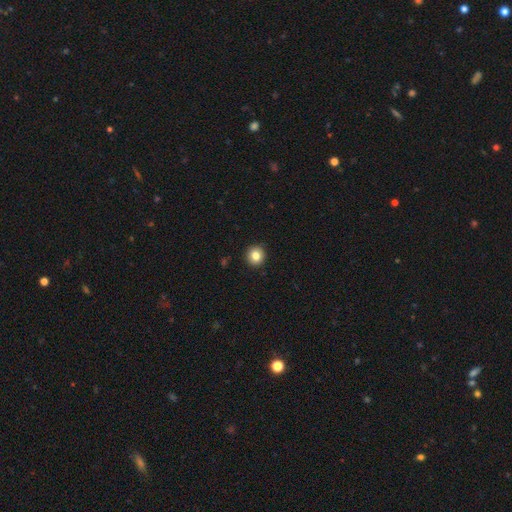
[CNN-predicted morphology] smooth 83%, star or artifact 10%, featured or disk 7%. Down the decision tree: how rounded — round (93%); merging — none (93%).